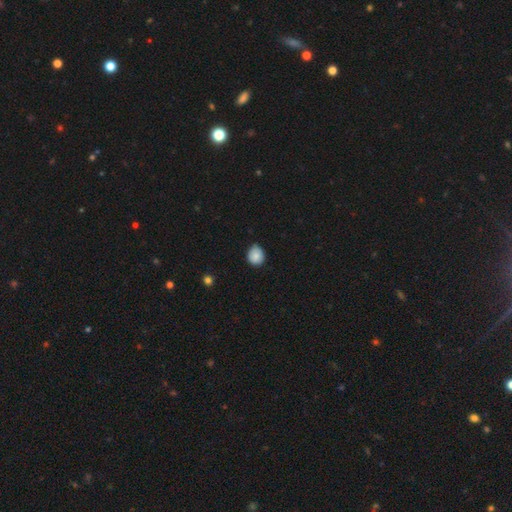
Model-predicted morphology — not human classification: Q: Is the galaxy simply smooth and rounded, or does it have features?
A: smooth — 85%.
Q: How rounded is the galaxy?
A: round — 76%.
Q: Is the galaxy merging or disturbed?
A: none — 71%.